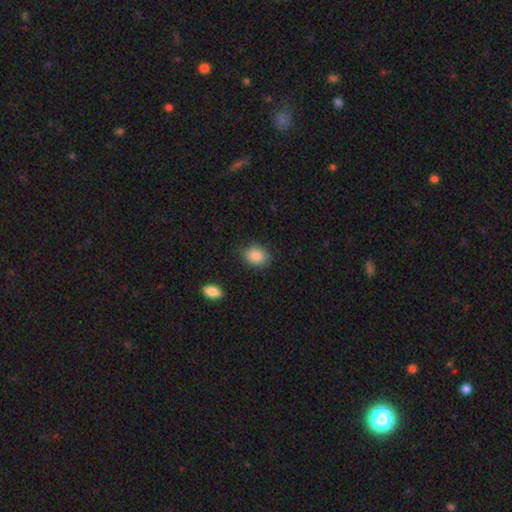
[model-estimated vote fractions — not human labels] Smooth or featured?
  - smooth: 88% *
  - star or artifact: 8%
  - featured or disk: 5%
How rounded?
  - in between: 64% *
  - round: 35%
  - cigar-shaped: 1%
Merging?
  - none: 82% *
  - minor disturbance: 13%
  - major disturbance: 3%
  - merger: 2%